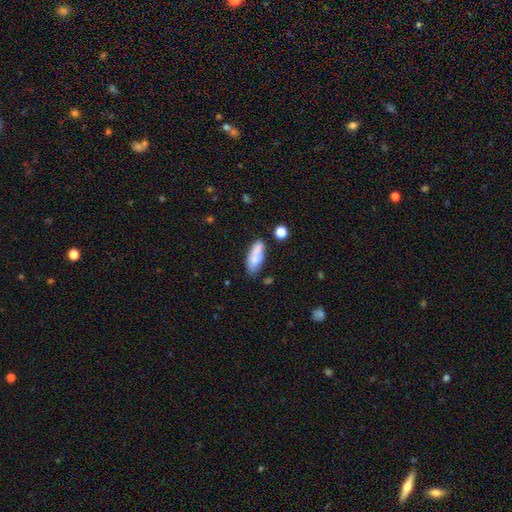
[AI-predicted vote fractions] Smooth or featured: smooth — 74% (featured or disk — 19%)
How rounded: in between — 71% (cigar-shaped — 27%)
Merging: none — 60% (minor disturbance — 22%)